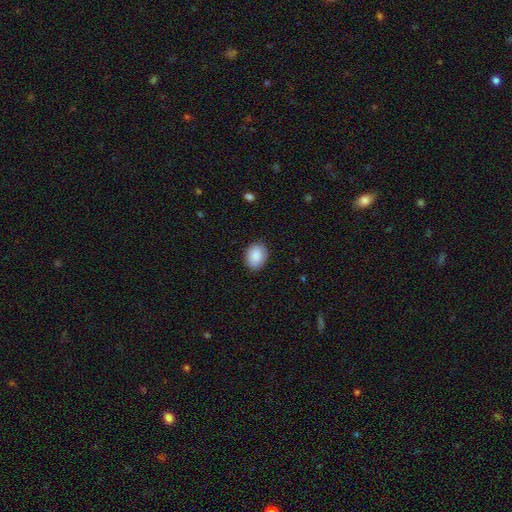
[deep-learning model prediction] smooth-or-featured: smooth: 88% | star or artifact: 7% | featured or disk: 5%
  how-rounded: in between: 59% | round: 41% | cigar-shaped: 1%
  merging: none: 85% | minor disturbance: 12% | major disturbance: 2% | merger: 1%